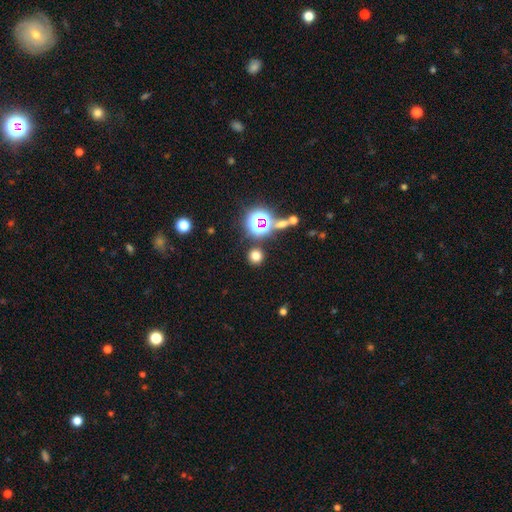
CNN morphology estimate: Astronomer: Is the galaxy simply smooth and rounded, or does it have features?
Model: smooth — 68%.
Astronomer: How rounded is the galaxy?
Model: round — 93%.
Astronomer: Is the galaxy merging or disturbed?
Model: none — 87%.